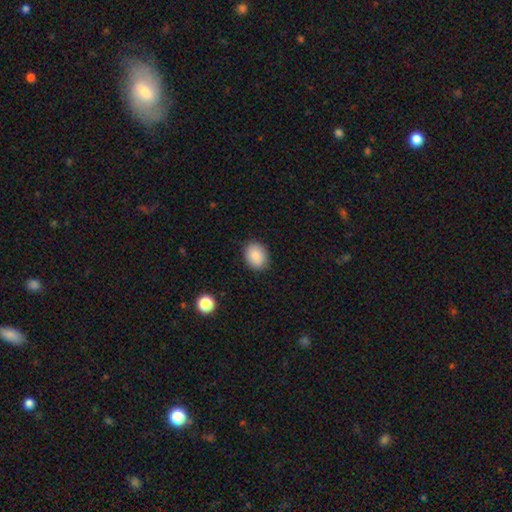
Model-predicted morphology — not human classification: A smooth galaxy with no disk features (87%) that is in between round and cigar-shaped (57%).

Vote fractions:
- Smooth or featured? smooth: 87% / star or artifact: 8% / featured or disk: 5%
- How rounded? in between: 57% / round: 42% / cigar-shaped: 1%
- Merging? none: 87% / minor disturbance: 10% / major disturbance: 2% / merger: 1%